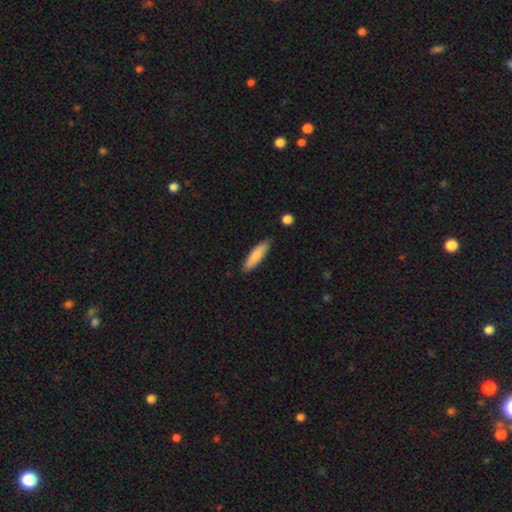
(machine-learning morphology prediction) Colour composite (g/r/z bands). It shows a smooth galaxy with no disk features (81%) that is cigar-shaped (71%). Merging: none (85%).